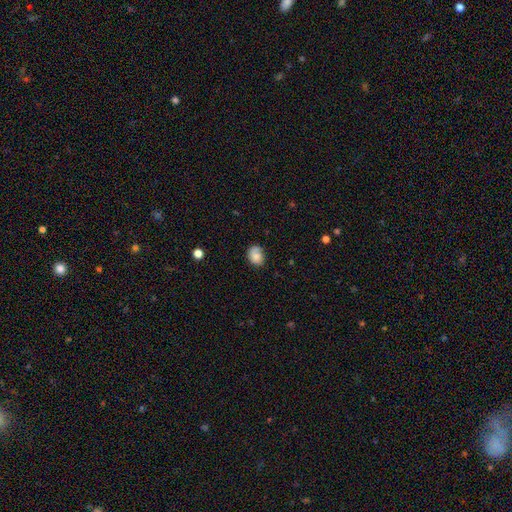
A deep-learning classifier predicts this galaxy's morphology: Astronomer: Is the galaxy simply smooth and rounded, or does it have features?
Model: smooth — 75%.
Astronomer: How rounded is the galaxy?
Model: in between — 54% (runner-up: round, 45%).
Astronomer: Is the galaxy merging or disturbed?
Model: none — 64%.